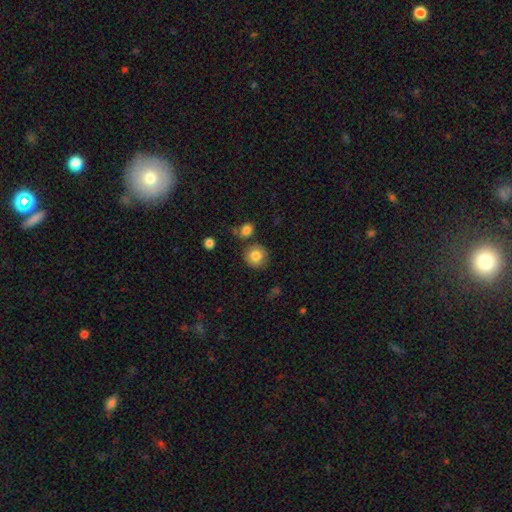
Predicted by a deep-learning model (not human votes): smooth_or_featured: smooth (p=0.84) [alt: star or artifact p=0.09]
how_rounded: round (p=0.91) [alt: in between p=0.09]
merging: none (p=0.80) [alt: minor disturbance p=0.10]